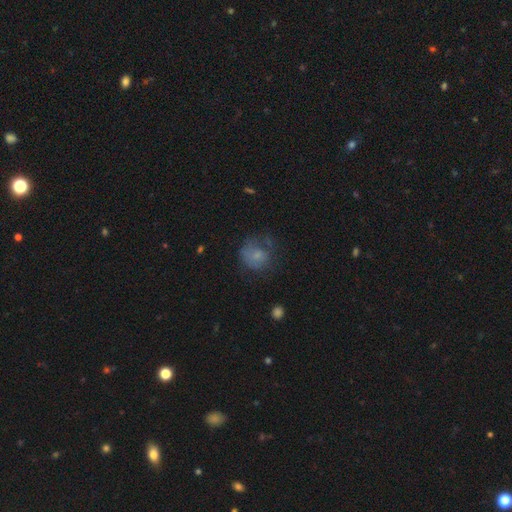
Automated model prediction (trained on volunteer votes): smooth_or_featured: smooth (p=0.61) [alt: featured or disk p=0.27]
how_rounded: round (p=0.73) [alt: in between p=0.26]
merging: none (p=0.44) [alt: major disturbance p=0.28]